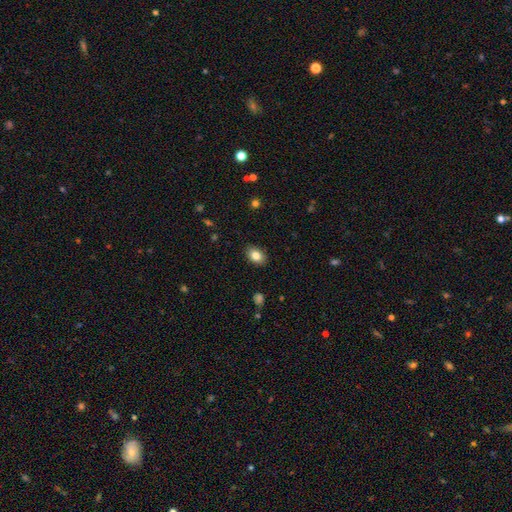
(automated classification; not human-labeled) Smooth or featured?
  - smooth: 83% *
  - star or artifact: 9%
  - featured or disk: 8%
How rounded?
  - in between: 72% *
  - round: 27%
  - cigar-shaped: 1%
Merging?
  - none: 88% *
  - minor disturbance: 9%
  - major disturbance: 2%
  - merger: 1%